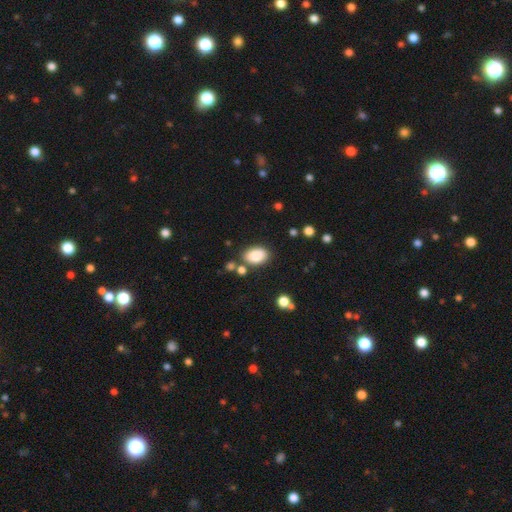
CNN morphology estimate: type=smooth (85%); roundness=in between (87%); merging=none (76%).